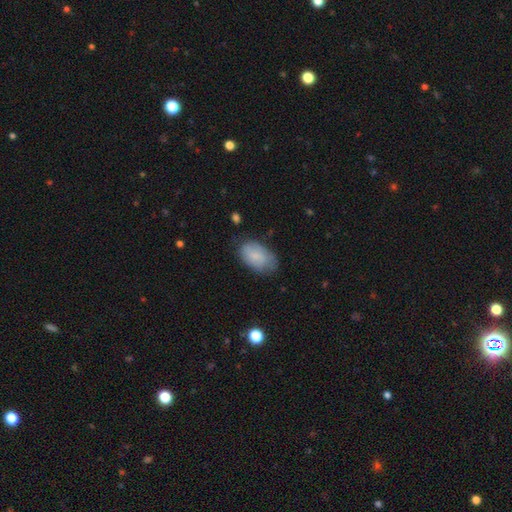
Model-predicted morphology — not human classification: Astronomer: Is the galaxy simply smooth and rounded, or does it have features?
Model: smooth — 78%.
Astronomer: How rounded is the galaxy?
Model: in between — 93%.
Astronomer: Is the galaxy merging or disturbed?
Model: none — 67%.